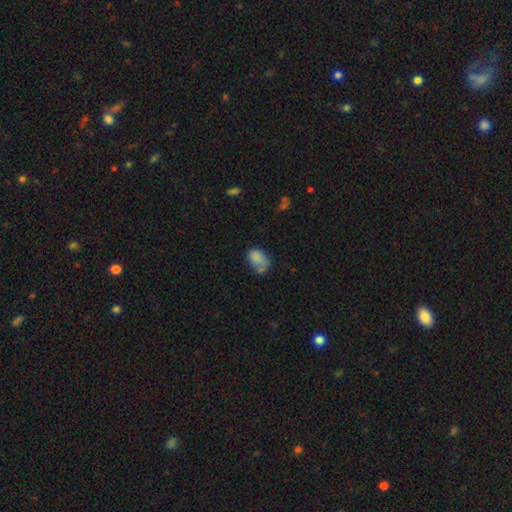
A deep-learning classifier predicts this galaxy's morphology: A smooth galaxy with no disk features (60%) that is in between round and cigar-shaped (70%).

Vote fractions:
- Smooth or featured? smooth: 60% / star or artifact: 21% / featured or disk: 19%
- How rounded? in between: 70% / round: 28% / cigar-shaped: 2%
- Merging? none: 49% / minor disturbance: 25% / major disturbance: 20% / merger: 7%